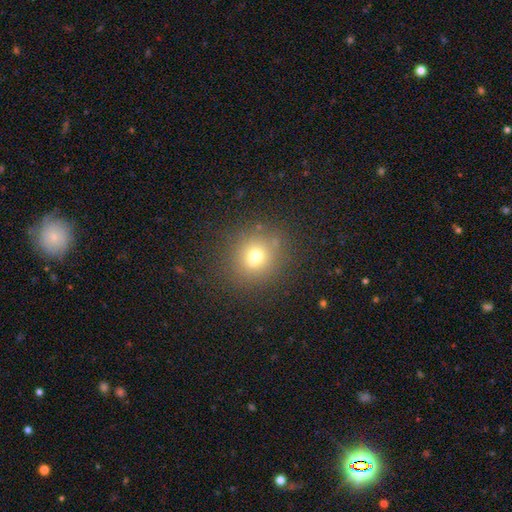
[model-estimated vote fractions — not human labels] Q: Smooth or featured?
A: smooth (66%); runner-up: star or artifact (17%)
Q: How rounded?
A: round (88%); runner-up: in between (11%)
Q: Merging?
A: none (66%); runner-up: merger (20%)